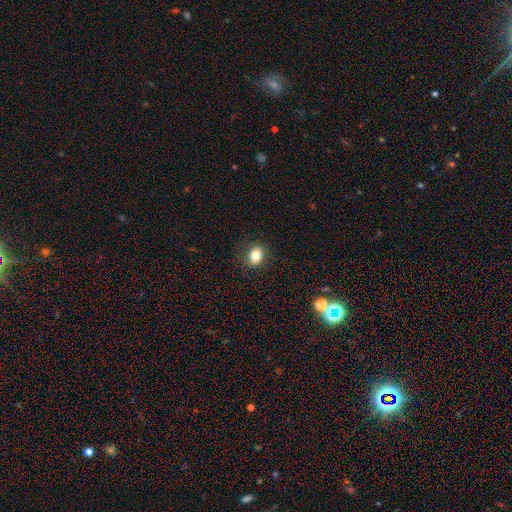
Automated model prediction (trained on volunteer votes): Morphology: type=smooth (81%); roundness=in between (64%); merging=none (86%).